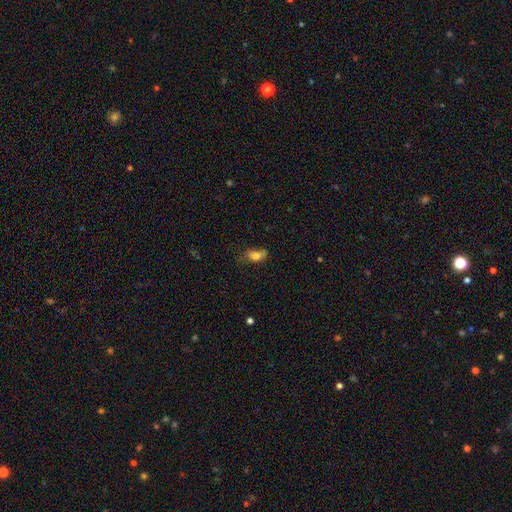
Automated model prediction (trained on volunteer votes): Smooth or featured? Predicted: smooth (p=0.75). How rounded? Predicted: in between (p=0.83). Merging? Predicted: none (p=0.44).